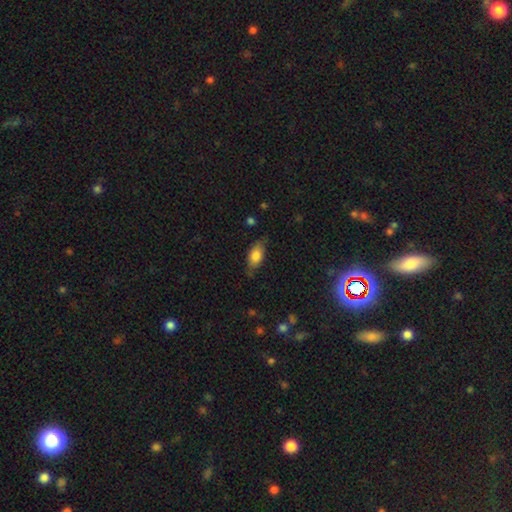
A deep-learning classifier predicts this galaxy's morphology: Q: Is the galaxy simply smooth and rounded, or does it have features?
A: smooth — 79%.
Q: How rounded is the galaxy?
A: in between — 88%.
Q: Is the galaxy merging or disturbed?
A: none — 70%.